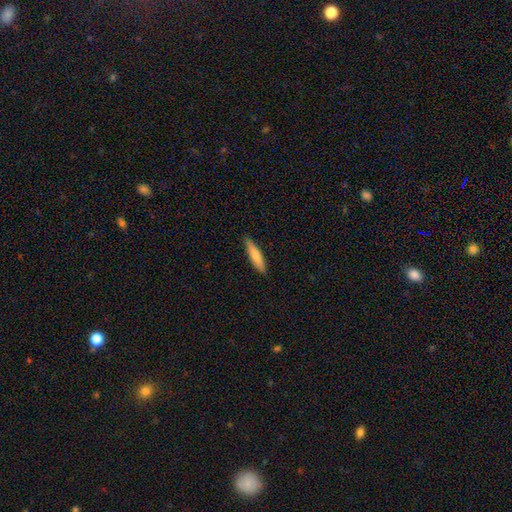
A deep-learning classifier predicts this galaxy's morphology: smooth_or_featured: smooth (p=0.76) [alt: featured or disk p=0.19]
how_rounded: cigar-shaped (p=0.81) [alt: in between p=0.17]
merging: none (p=0.88) [alt: minor disturbance p=0.09]